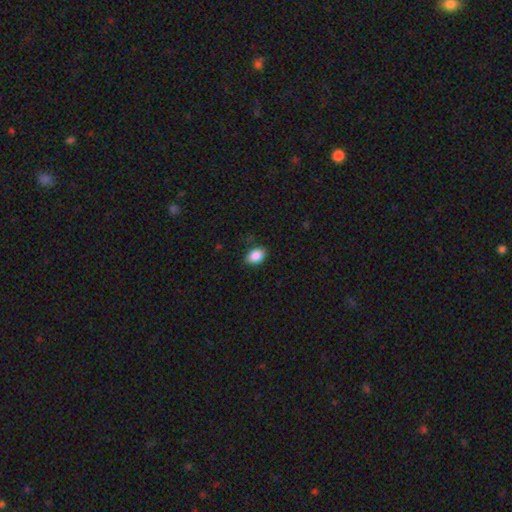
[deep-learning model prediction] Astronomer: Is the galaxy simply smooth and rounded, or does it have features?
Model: smooth — 88%.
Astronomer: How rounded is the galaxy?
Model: in between — 83%.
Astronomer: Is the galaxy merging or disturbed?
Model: none — 84%.